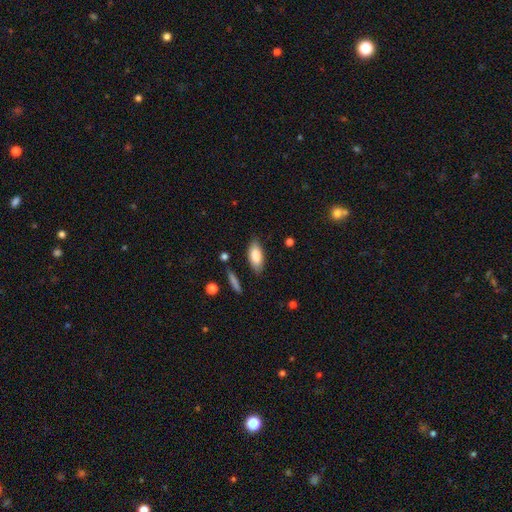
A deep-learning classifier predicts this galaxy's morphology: This is clearly a smooth galaxy (83%). How rounded: clearly in between (84%). Merging: clearly none (84%).